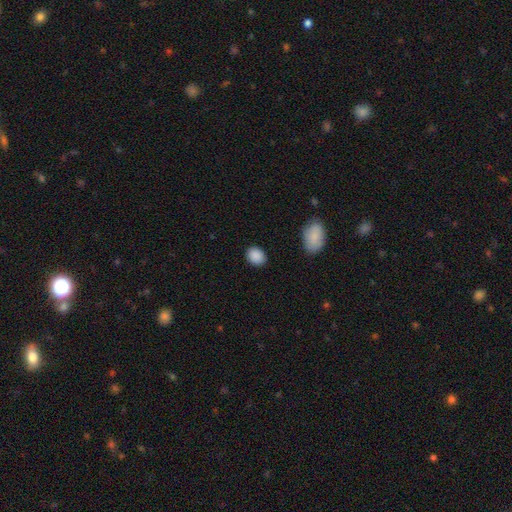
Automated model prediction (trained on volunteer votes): smooth 89%, star or artifact 8%, featured or disk 3%. Down the decision tree: how rounded — in between (50%); merging — none (88%).